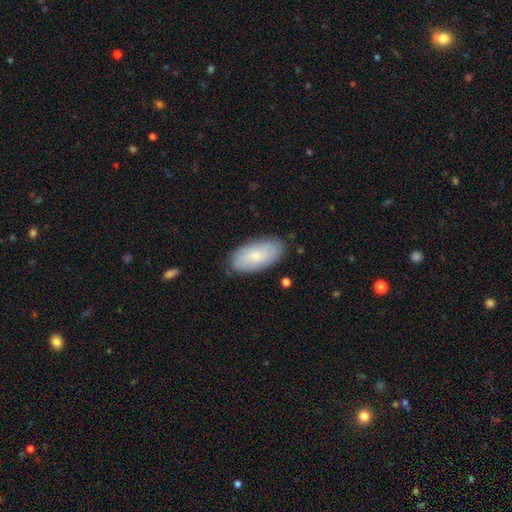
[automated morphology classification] A smooth galaxy with no disk features (65%) that is in between round and cigar-shaped (94%). Merging: none (81%).